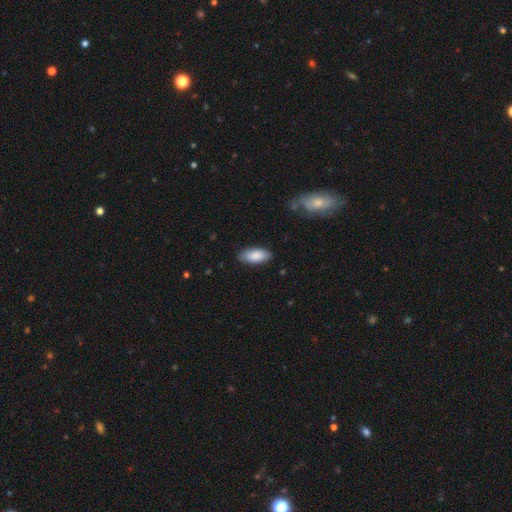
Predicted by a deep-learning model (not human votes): Morphology: type=smooth (88%); roundness=in between (87%); merging=none (85%).